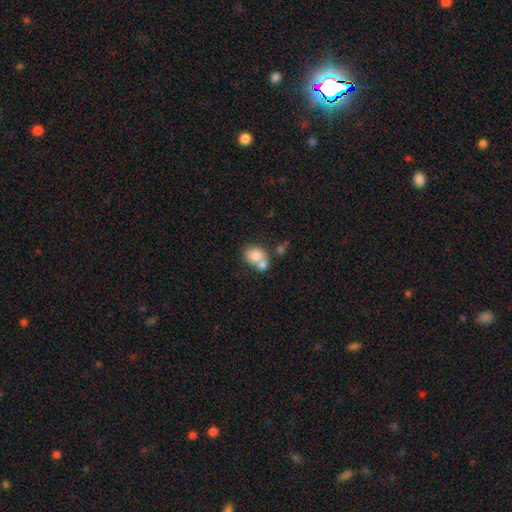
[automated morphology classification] Smooth or featured?
  - smooth: 76% *
  - featured or disk: 15%
  - star or artifact: 9%
How rounded?
  - round: 63% *
  - in between: 36%
  - cigar-shaped: 1%
Merging?
  - merger: 54% *
  - none: 34%
  - minor disturbance: 9%
  - major disturbance: 4%